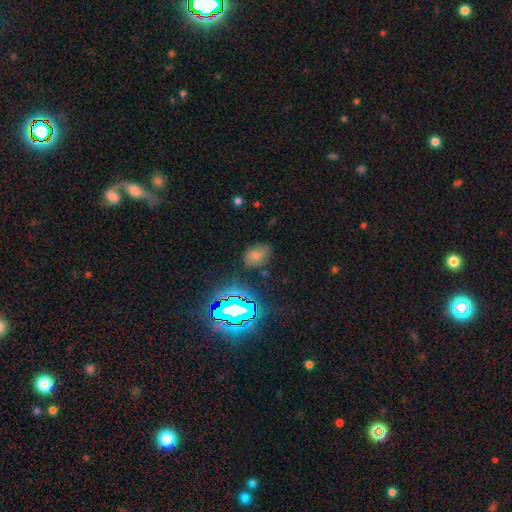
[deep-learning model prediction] This is likely a smooth galaxy (66%). How rounded: likely in between (73%). Merging: likely none (71%).